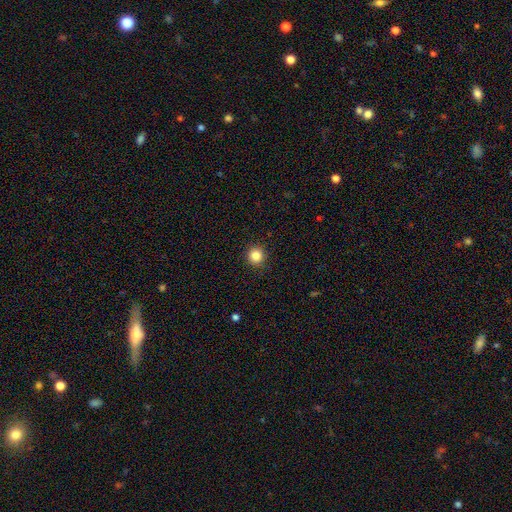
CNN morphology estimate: smooth-or-featured: smooth: 85% | star or artifact: 11% | featured or disk: 4%
  how-rounded: round: 94% | in between: 5% | cigar-shaped: 1%
  merging: none: 92% | minor disturbance: 5% | major disturbance: 2% | merger: 1%